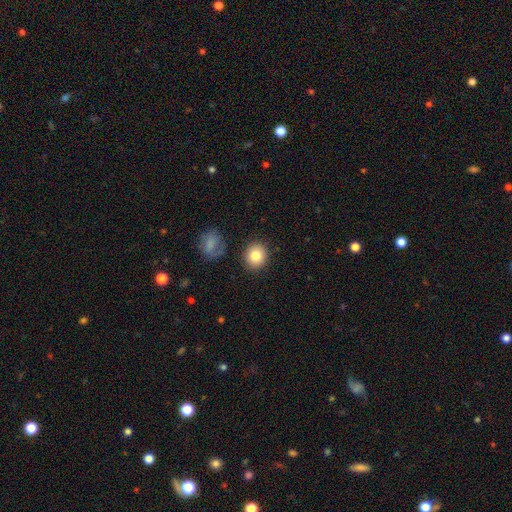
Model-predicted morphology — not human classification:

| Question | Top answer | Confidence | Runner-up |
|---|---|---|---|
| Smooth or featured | smooth | 82% | star or artifact (9%) |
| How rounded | round | 81% | in between (18%) |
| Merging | none | 87% | minor disturbance (8%) |